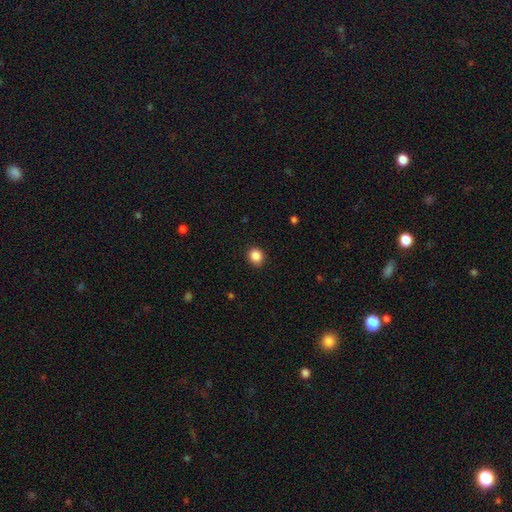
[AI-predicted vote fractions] Q: Smooth or featured?
A: smooth (87%); runner-up: star or artifact (10%)
Q: How rounded?
A: round (79%); runner-up: in between (20%)
Q: Merging?
A: none (90%); runner-up: minor disturbance (7%)